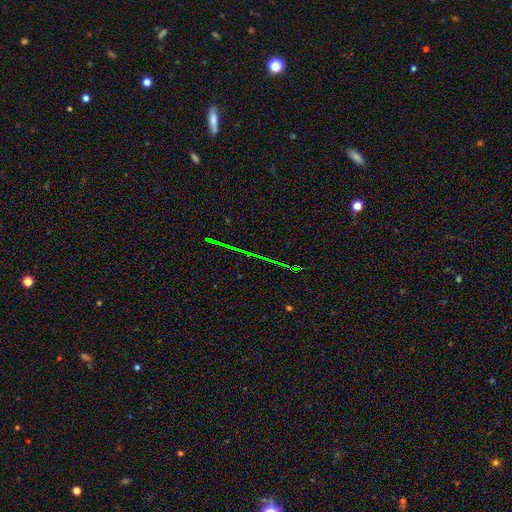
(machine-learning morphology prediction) type=star or artifact (75%).